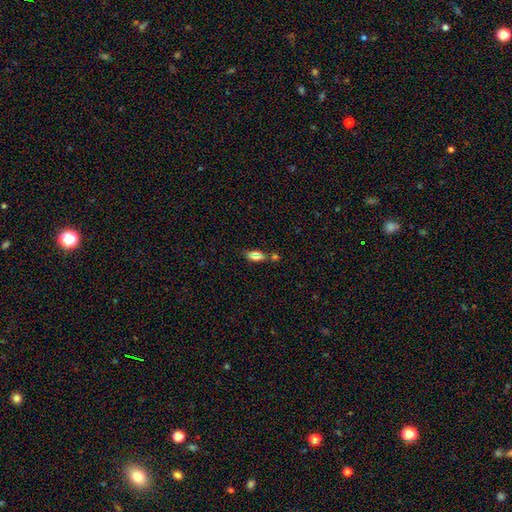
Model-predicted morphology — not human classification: Q: Smooth or featured?
A: smooth (74%); runner-up: featured or disk (15%)
Q: How rounded?
A: in between (80%); runner-up: cigar-shaped (13%)
Q: Merging?
A: none (48%); runner-up: merger (26%)